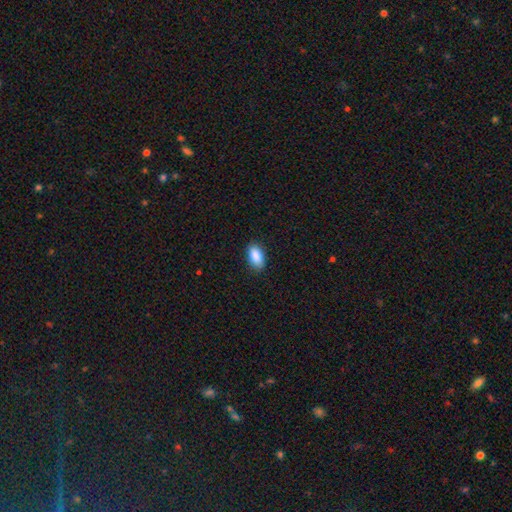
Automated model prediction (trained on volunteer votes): Overall: smooth (88%). How rounded: in between (92%). Merging: none (87%).